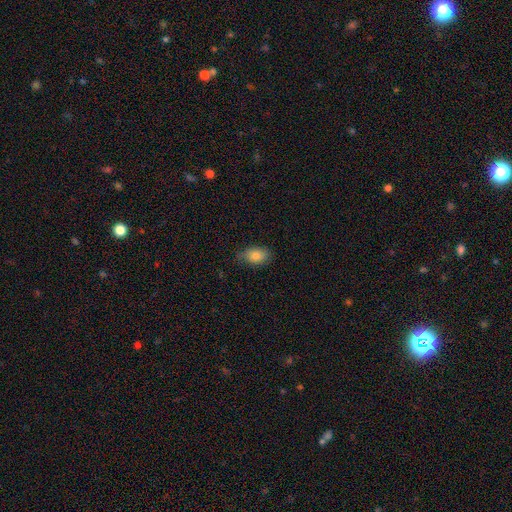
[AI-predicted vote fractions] Smooth or featured? Predicted: smooth (p=0.82). How rounded? Predicted: in between (p=0.82). Merging? Predicted: none (p=0.73).